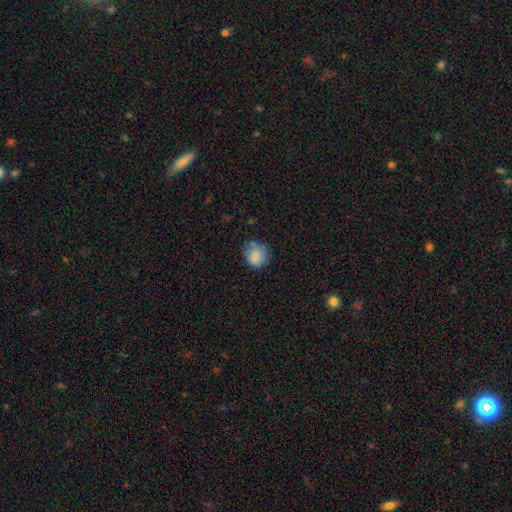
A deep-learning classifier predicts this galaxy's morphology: This is clearly a smooth galaxy (81%). How rounded: likely round (73%). Merging: likely none (60%).